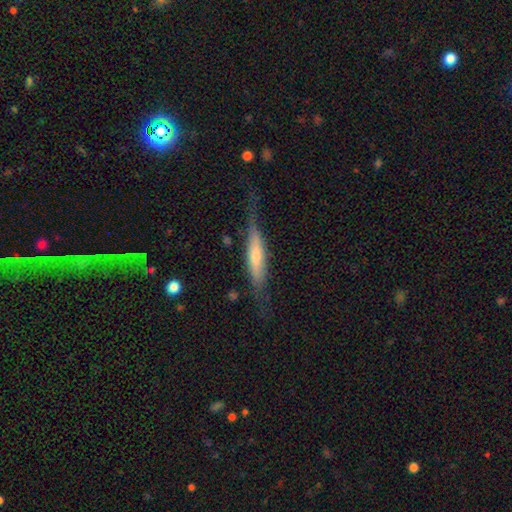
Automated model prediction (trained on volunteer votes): Morphology: type=featured or disk (54%); edge-on=yes (85%); merging=none (67%).